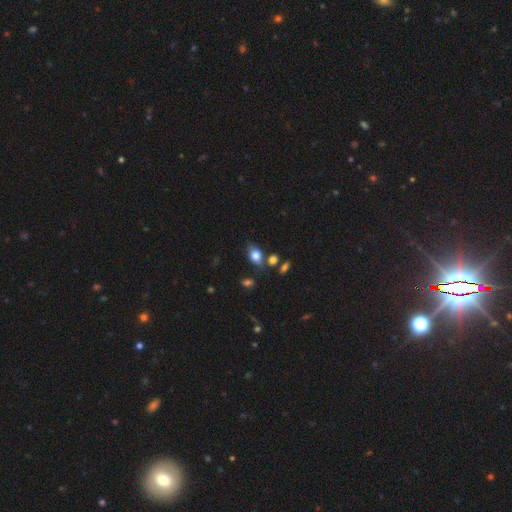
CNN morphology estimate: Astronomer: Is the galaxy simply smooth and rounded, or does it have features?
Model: smooth — 68%.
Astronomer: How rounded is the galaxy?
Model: in between — 76%.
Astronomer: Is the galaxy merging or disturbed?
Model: none — 64%.